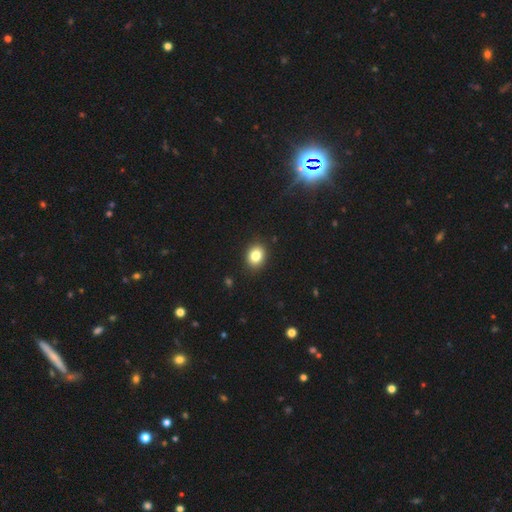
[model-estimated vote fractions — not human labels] Smooth or featured?
  - smooth: 83% *
  - star or artifact: 10%
  - featured or disk: 7%
How rounded?
  - round: 51% *
  - in between: 48%
  - cigar-shaped: 1%
Merging?
  - none: 89% *
  - minor disturbance: 8%
  - major disturbance: 2%
  - merger: 1%